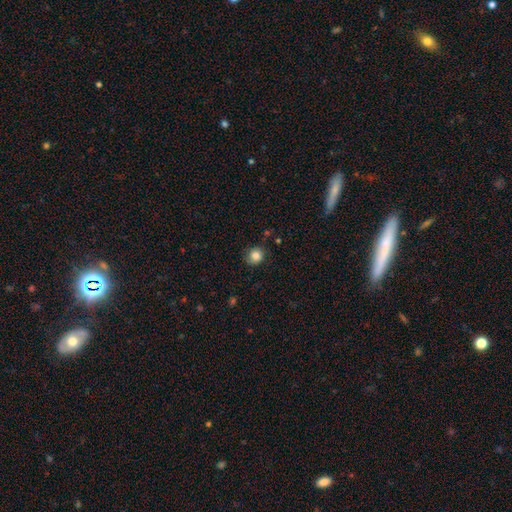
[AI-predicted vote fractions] Smooth or featured? Predicted: smooth (p=0.84). How rounded? Predicted: round (p=0.85). Merging? Predicted: none (p=0.80).